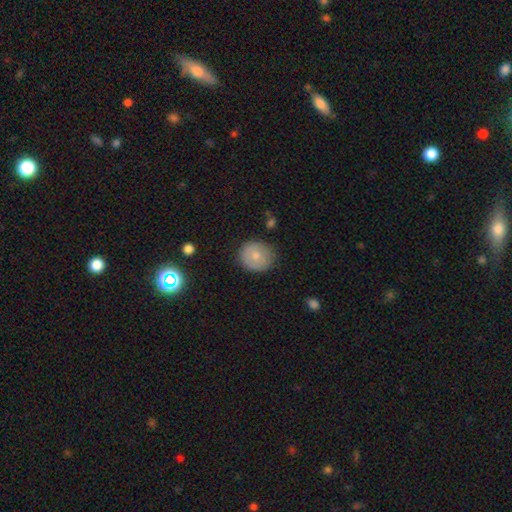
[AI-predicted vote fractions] smooth 71%, featured or disk 20%, star or artifact 8%. Down the decision tree: how rounded — round (81%); merging — none (81%).